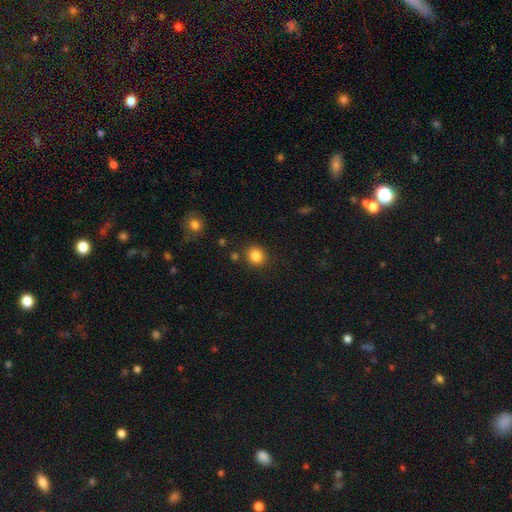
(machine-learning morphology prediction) Q: Smooth or featured?
A: smooth (85%); runner-up: star or artifact (10%)
Q: How rounded?
A: round (80%); runner-up: in between (19%)
Q: Merging?
A: none (86%); runner-up: minor disturbance (8%)